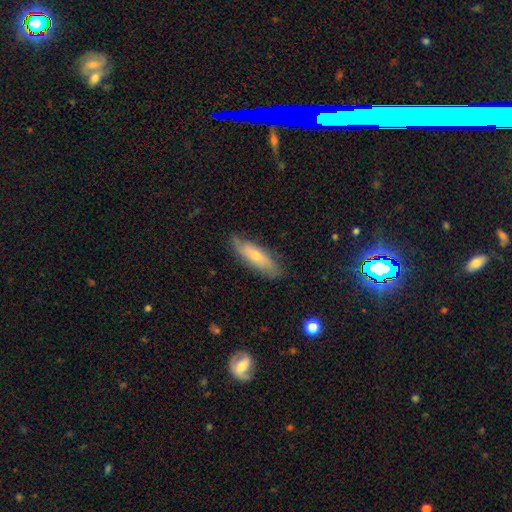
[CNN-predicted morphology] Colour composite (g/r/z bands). It shows a smooth galaxy with no disk features (57%) that is cigar-shaped (52%). Merging: none (76%).